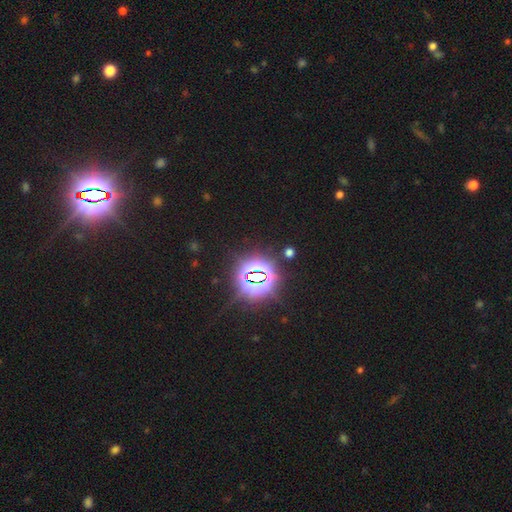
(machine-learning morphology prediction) Smooth or featured? Predicted: star or artifact (p=0.82).